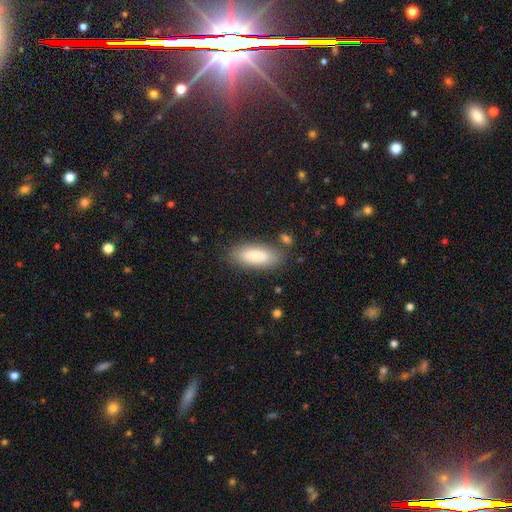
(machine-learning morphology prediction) The model was most divided on "merging": none: 80%, minor disturbance: 13%, merger: 4%, major disturbance: 4%. More confident: smooth or featured — smooth (85%); how rounded — in between (84%).